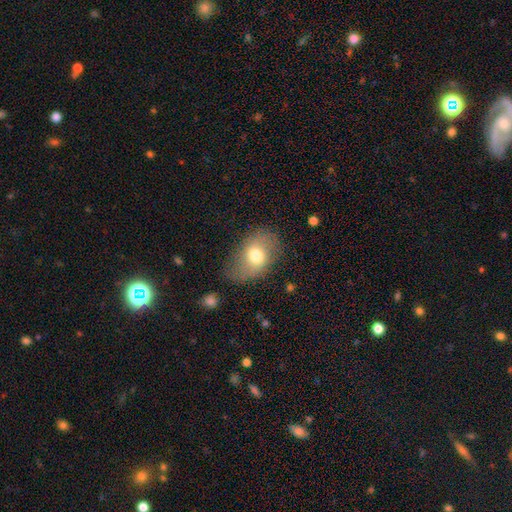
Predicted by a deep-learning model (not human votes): Smooth or featured?
  - smooth: 64% *
  - featured or disk: 27%
  - star or artifact: 8%
How rounded?
  - in between: 80% *
  - round: 18%
  - cigar-shaped: 1%
Merging?
  - none: 67% *
  - minor disturbance: 22%
  - major disturbance: 9%
  - merger: 2%